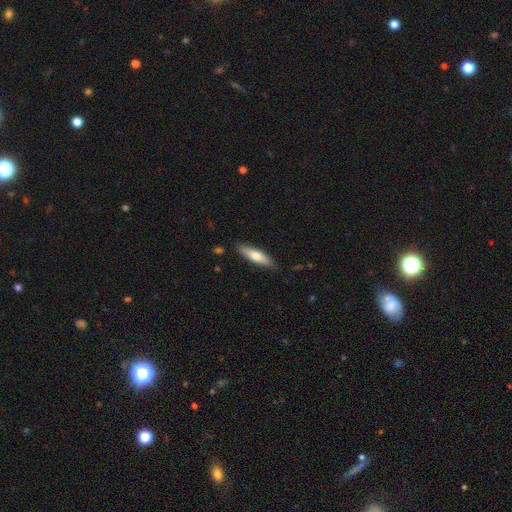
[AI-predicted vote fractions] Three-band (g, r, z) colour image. It shows a smooth galaxy with no disk features (69%) that is cigar-shaped (65%). Merging: none (83%).